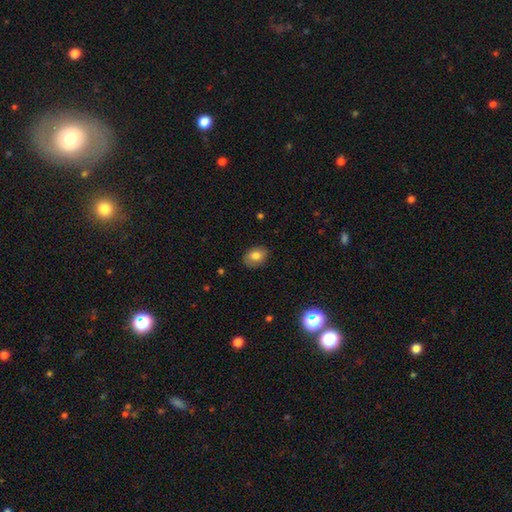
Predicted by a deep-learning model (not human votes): Smooth or featured? Predicted: smooth (p=0.80). How rounded? Predicted: in between (p=0.69). Merging? Predicted: none (p=0.84).